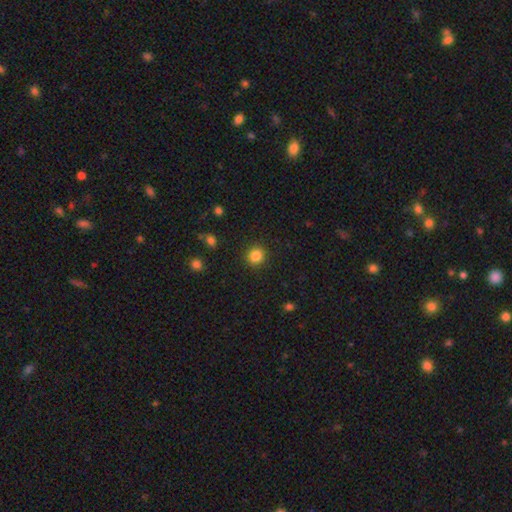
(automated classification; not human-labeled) Q: Smooth or featured?
A: smooth (84%); runner-up: star or artifact (12%)
Q: How rounded?
A: round (91%); runner-up: in between (8%)
Q: Merging?
A: none (91%); runner-up: minor disturbance (6%)